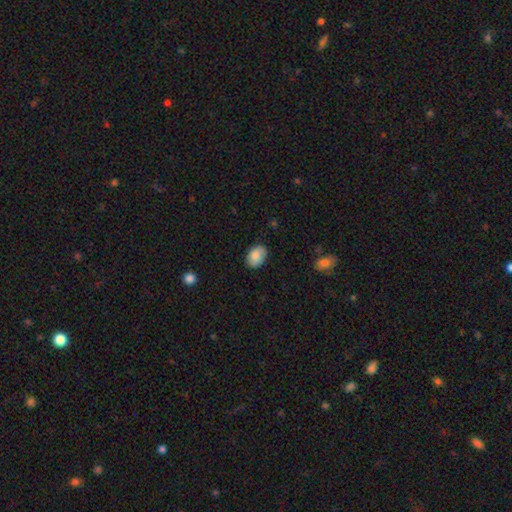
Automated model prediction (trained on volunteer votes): Smooth or featured?
  - smooth: 83% *
  - featured or disk: 10%
  - star or artifact: 7%
How rounded?
  - in between: 82% *
  - round: 17%
  - cigar-shaped: 1%
Merging?
  - none: 82% *
  - minor disturbance: 14%
  - major disturbance: 3%
  - merger: 1%